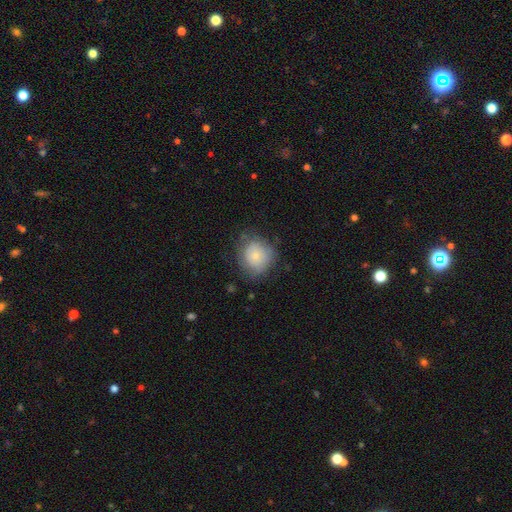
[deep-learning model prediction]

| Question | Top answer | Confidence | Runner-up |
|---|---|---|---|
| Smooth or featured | smooth | 74% | featured or disk (18%) |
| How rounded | round | 83% | in between (16%) |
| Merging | none | 66% | minor disturbance (24%) |